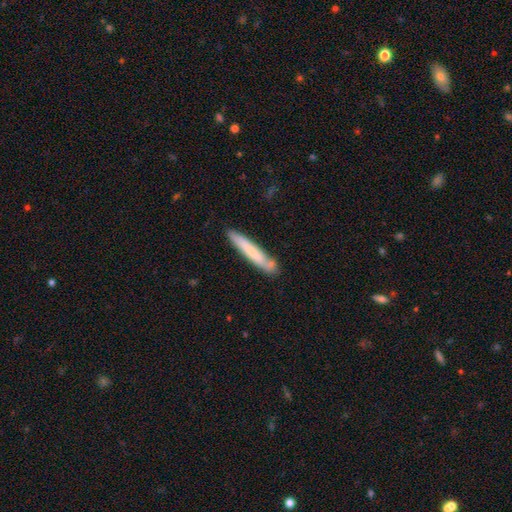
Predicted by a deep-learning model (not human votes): smooth-or-featured: smooth: 70% | featured or disk: 25% | star or artifact: 5%
  how-rounded: cigar-shaped: 92% | in between: 6% | round: 1%
  merging: none: 76% | minor disturbance: 14% | merger: 7% | major disturbance: 3%